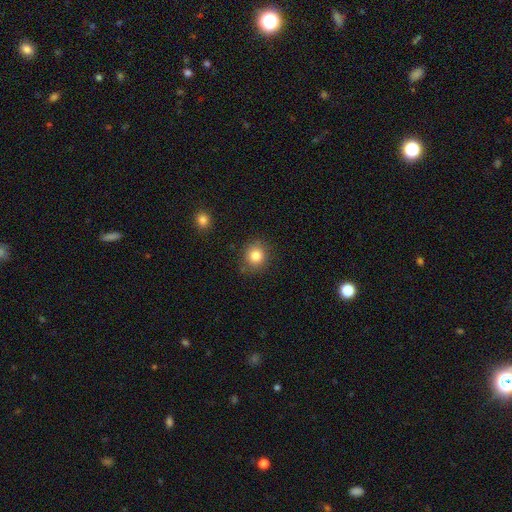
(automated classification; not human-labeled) Smooth or featured: smooth — 83% (star or artifact — 10%)
How rounded: round — 86% (in between — 14%)
Merging: none — 84% (minor disturbance — 11%)